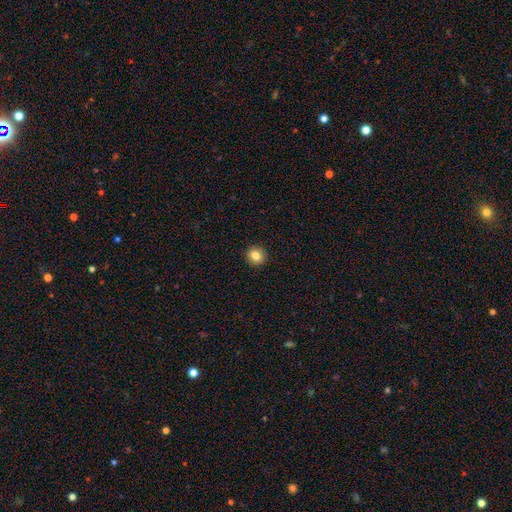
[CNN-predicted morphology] The model was most divided on "smooth or featured": smooth: 83%, star or artifact: 10%, featured or disk: 7%. More confident: merging — none (93%); how rounded — round (90%).